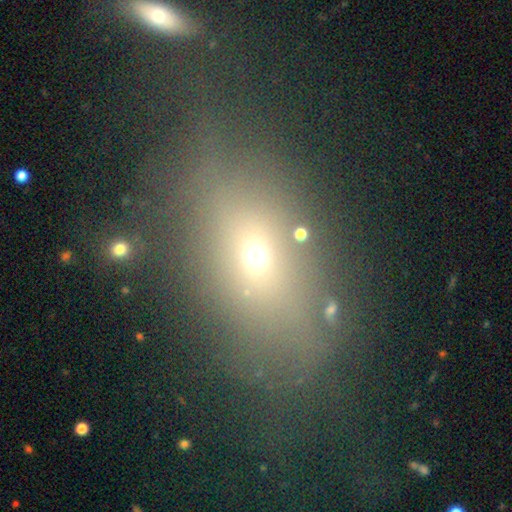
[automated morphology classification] This is possibly a smooth galaxy (57%). How rounded: likely in between (67%). Merging: possibly none (54%).